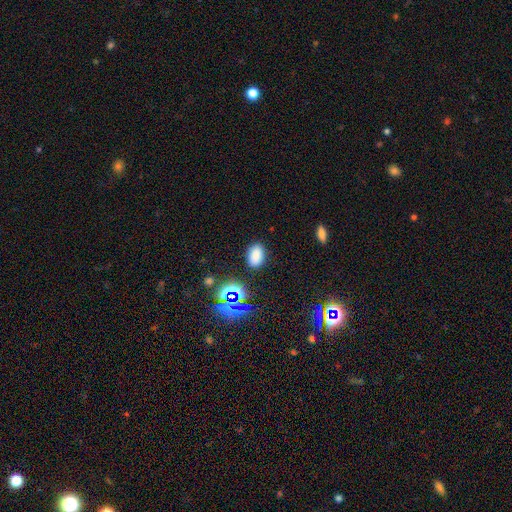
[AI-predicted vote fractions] The model was most divided on "smooth or featured": smooth: 77%, star or artifact: 17%, featured or disk: 5%. More confident: how rounded — in between (88%); merging — none (85%).